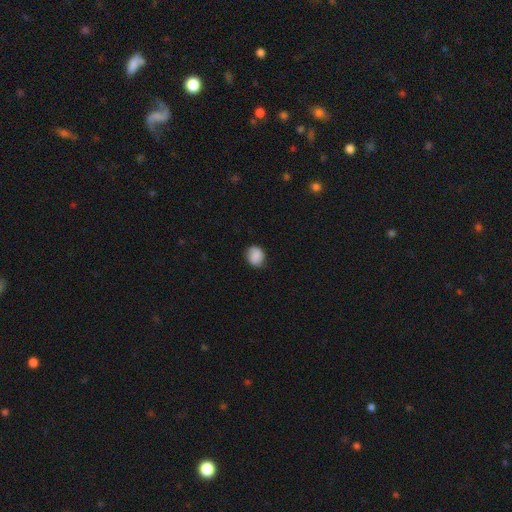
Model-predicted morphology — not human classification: smooth 85%, star or artifact 8%, featured or disk 7%. Down the decision tree: how rounded — round (65%); merging — none (82%).